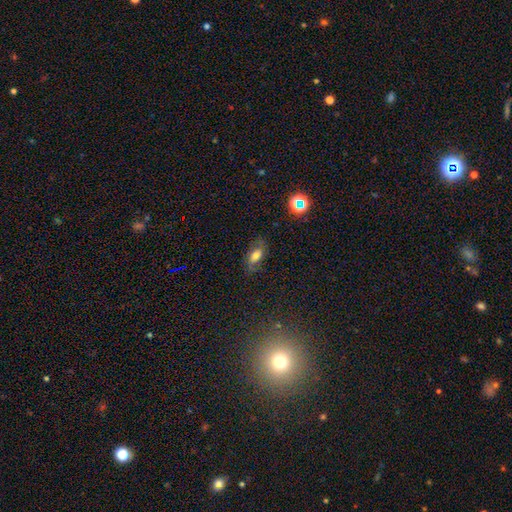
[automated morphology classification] Smooth or featured: smooth — 60% (featured or disk — 25%)
How rounded: in between — 85% (cigar-shaped — 8%)
Merging: none — 71% (minor disturbance — 20%)